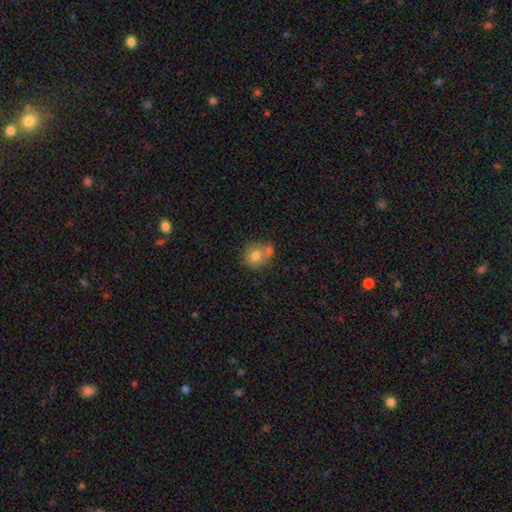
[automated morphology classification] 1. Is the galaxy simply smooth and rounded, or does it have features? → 74% smooth, 17% featured or disk, 9% star or artifact.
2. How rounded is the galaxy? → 74% round, 25% in between, 1% cigar-shaped.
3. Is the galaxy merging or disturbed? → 45% none, 37% merger, 14% minor disturbance, 4% major disturbance.